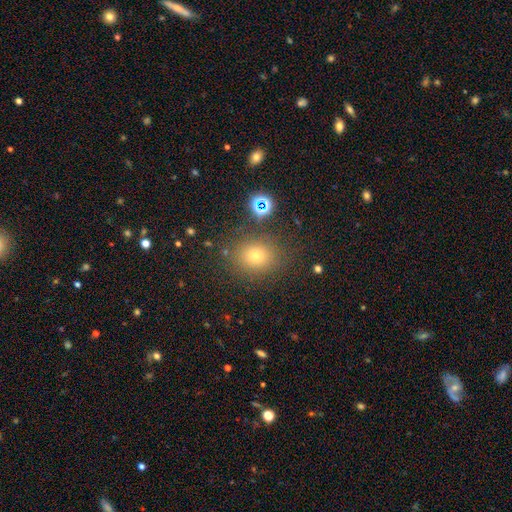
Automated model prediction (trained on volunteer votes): Smooth or featured? smooth (69%)
How rounded? round (62%)
Merging? none (82%)